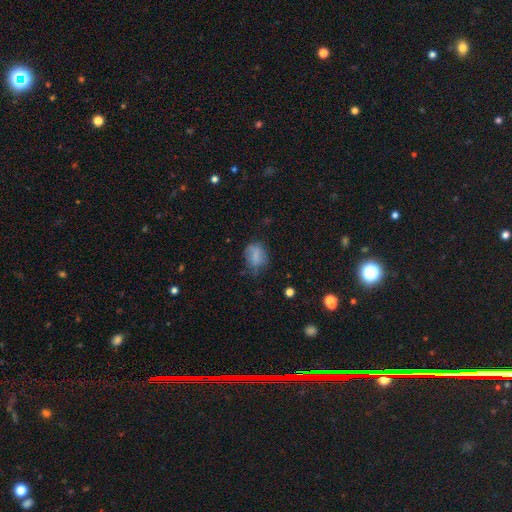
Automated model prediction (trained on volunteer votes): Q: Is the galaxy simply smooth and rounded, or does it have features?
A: smooth — 75%.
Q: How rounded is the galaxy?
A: in between — 69%.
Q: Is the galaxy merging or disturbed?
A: none — 52%.